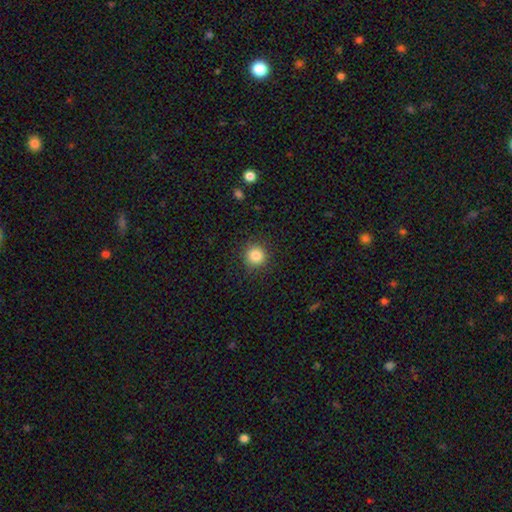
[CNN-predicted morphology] Smooth or featured? smooth (85%)
How rounded? round (93%)
Merging? none (90%)